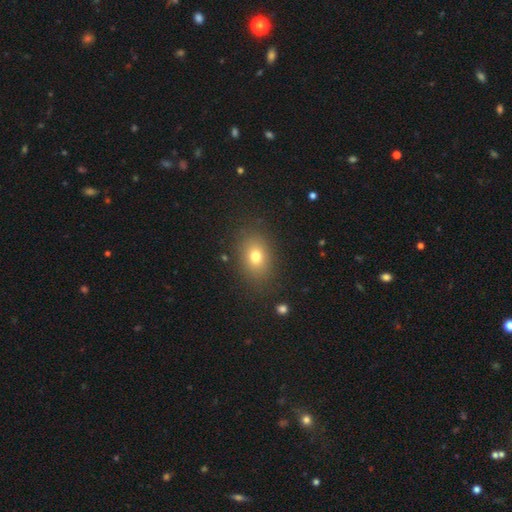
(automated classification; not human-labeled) Smooth or featured: smooth — 76% (star or artifact — 13%)
How rounded: in between — 69% (round — 30%)
Merging: none — 85% (minor disturbance — 10%)